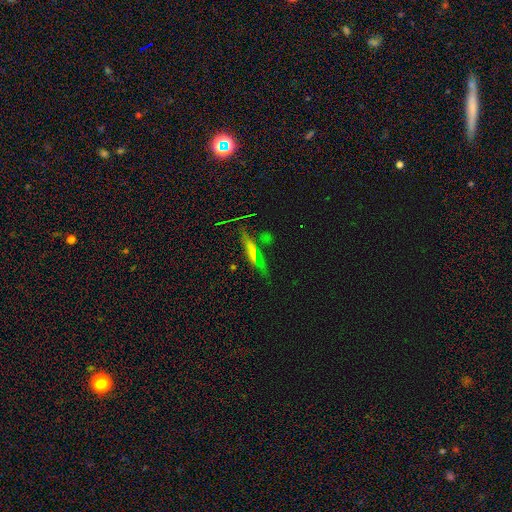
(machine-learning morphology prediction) Q: Smooth or featured?
A: smooth (43%); runner-up: featured or disk (29%)
Q: Merging?
A: none (73%); runner-up: minor disturbance (16%)